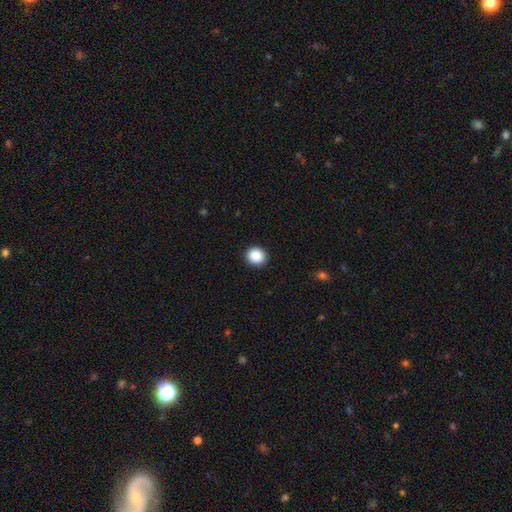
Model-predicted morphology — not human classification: smooth 88%, star or artifact 9%, featured or disk 3%. Down the decision tree: how rounded — round (85%); merging — none (91%).